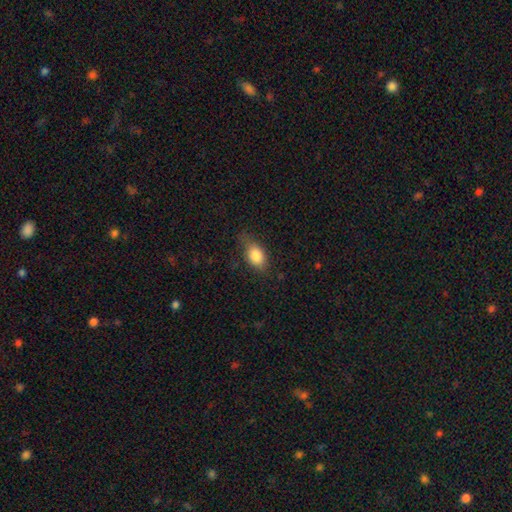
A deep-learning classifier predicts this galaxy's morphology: smooth_or_featured: smooth (p=0.83) [alt: featured or disk p=0.10]
how_rounded: in between (p=0.82) [alt: round p=0.14]
merging: none (p=0.62) [alt: minor disturbance p=0.28]